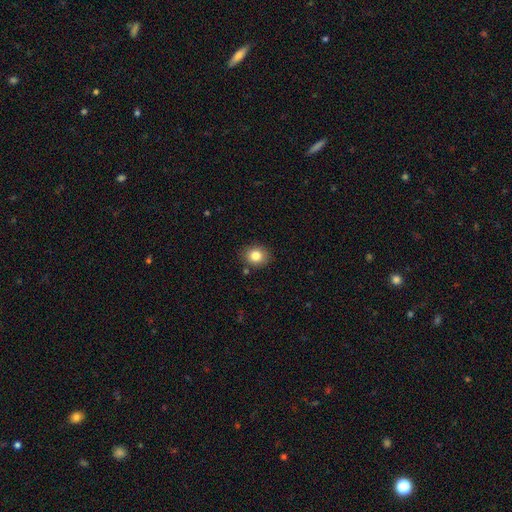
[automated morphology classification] This appears to be a smooth galaxy with no disk features (83%) that is round (63%). Merging: none (86%).